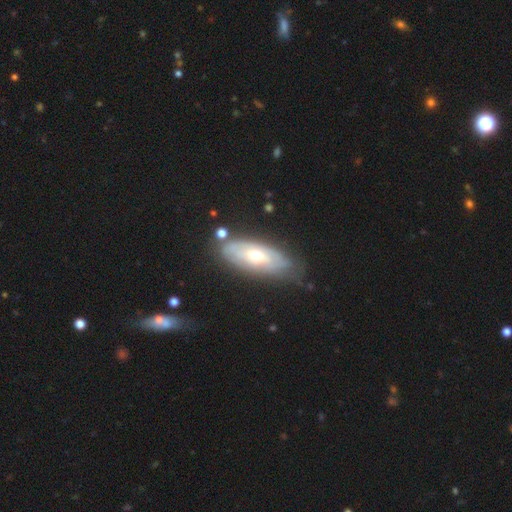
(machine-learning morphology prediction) smooth-or-featured: featured or disk: 65% | smooth: 29% | star or artifact: 6%
  disk-edge-on: no: 78% | yes: 22%
    bar: no: 75% | weak: 20% | strong: 6%
    has-spiral-arms: yes: 54% | no: 46%
    bulge-size: moderate: 72% | small: 20% | large: 6% | dominant: 1% | none: 1%
  merging: none: 74% | minor disturbance: 18% | major disturbance: 5% | merger: 3%